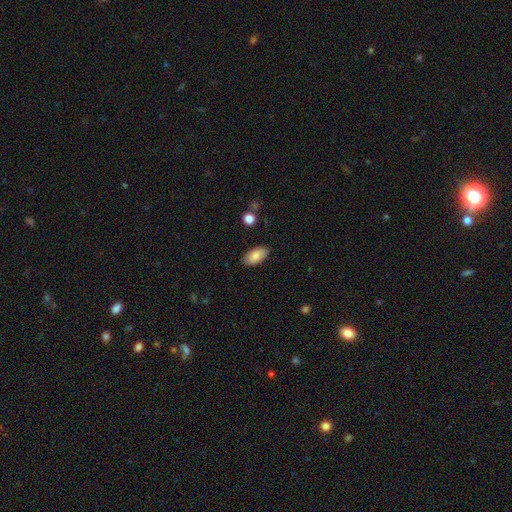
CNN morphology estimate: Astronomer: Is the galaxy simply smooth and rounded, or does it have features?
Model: smooth — 83%.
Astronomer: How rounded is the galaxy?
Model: in between — 94%.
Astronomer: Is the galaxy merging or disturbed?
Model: none — 86%.